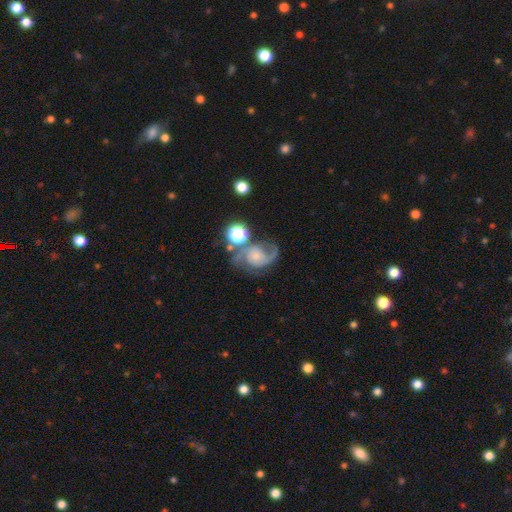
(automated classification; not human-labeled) Smooth or featured? featured or disk (79%)
Edge-on disk? no (98%)
Bar? no (69%)
Spiral arms? yes (95%)
Spiral winding? loose (47%)
Spiral arm count? 2 (85%)
Bulge size? small (42%)
Merging? none (47%)